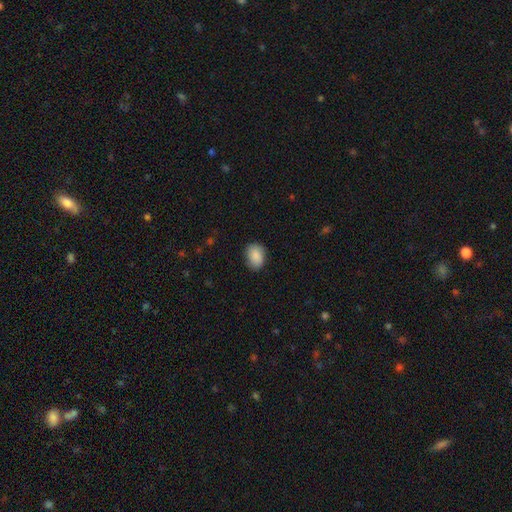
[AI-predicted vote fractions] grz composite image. It shows a smooth galaxy with no disk features (88%) that is in between round and cigar-shaped (72%). Merging: none (82%).